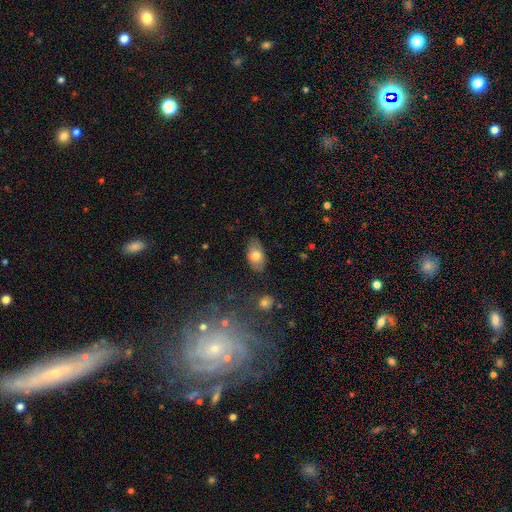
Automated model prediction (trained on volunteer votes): A smooth galaxy with no disk features (75%) that is in between round and cigar-shaped (92%). Merging: none (82%).